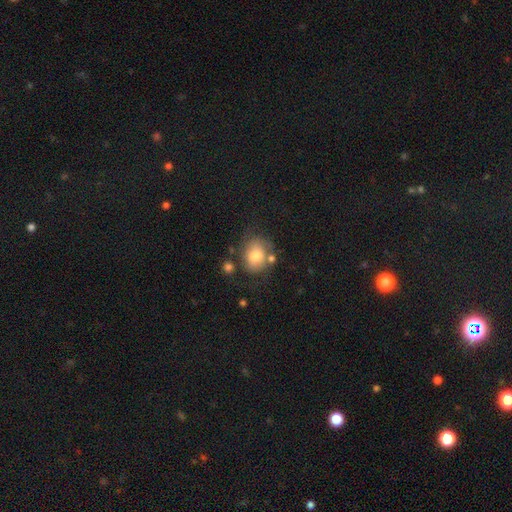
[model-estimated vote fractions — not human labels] This appears to be a smooth galaxy with no disk features (72%) that is round (51%). Merging: none (56%).